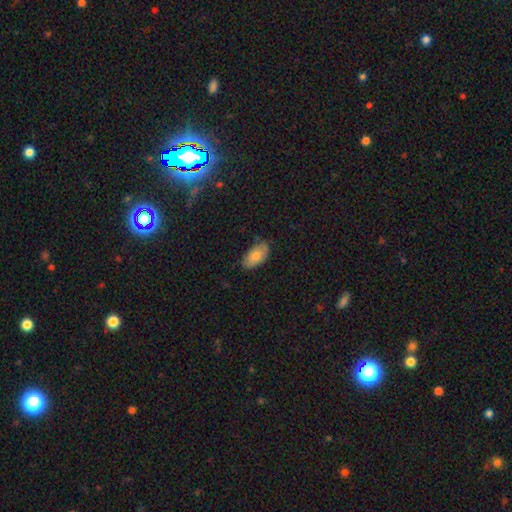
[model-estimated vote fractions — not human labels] This appears to be a smooth galaxy with no disk features (75%) that is in between round and cigar-shaped (94%). Merging: none (72%).